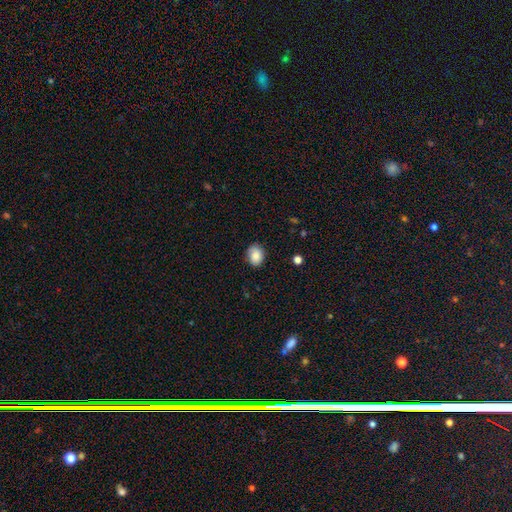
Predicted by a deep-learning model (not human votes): Q: Smooth or featured?
A: smooth (85%); runner-up: star or artifact (8%)
Q: How rounded?
A: round (51%); runner-up: in between (48%)
Q: Merging?
A: none (77%); runner-up: minor disturbance (18%)